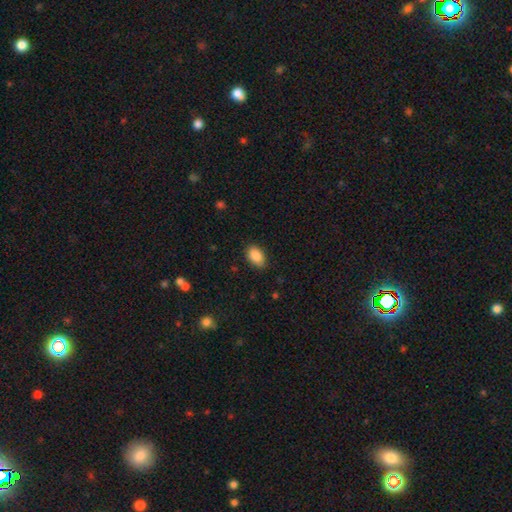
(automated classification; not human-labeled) This is clearly a smooth galaxy (88%). How rounded: clearly in between (90%). Merging: clearly none (83%).